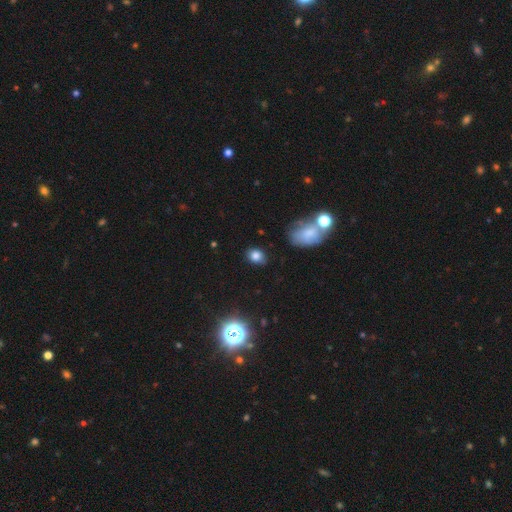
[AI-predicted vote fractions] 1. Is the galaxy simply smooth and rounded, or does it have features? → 79% smooth, 13% star or artifact, 8% featured or disk.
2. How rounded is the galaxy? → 59% in between, 39% round, 1% cigar-shaped.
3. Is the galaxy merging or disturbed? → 77% none, 16% minor disturbance, 4% major disturbance, 2% merger.